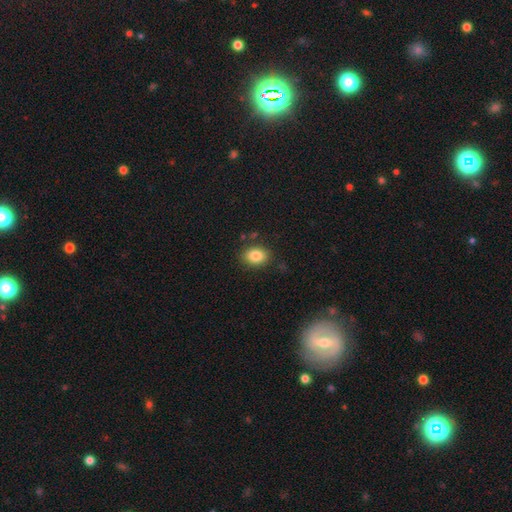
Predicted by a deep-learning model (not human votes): Smooth or featured: smooth — 85% (star or artifact — 9%)
How rounded: in between — 68% (round — 31%)
Merging: none — 83% (minor disturbance — 11%)